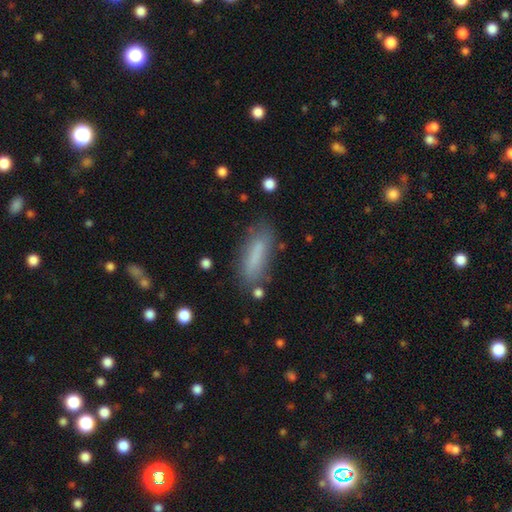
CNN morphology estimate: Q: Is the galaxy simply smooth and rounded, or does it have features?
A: smooth — 78%.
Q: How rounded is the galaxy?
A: cigar-shaped — 57%.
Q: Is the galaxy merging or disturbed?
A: none — 74%.